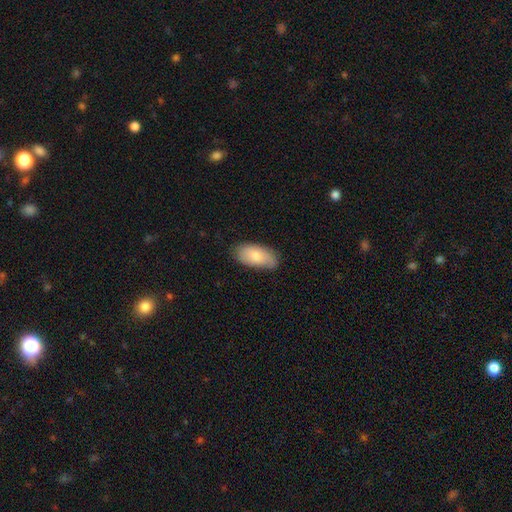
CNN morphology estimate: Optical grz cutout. It shows a smooth galaxy with no disk features (80%) that is in between round and cigar-shaped (94%). Merging: none (70%).